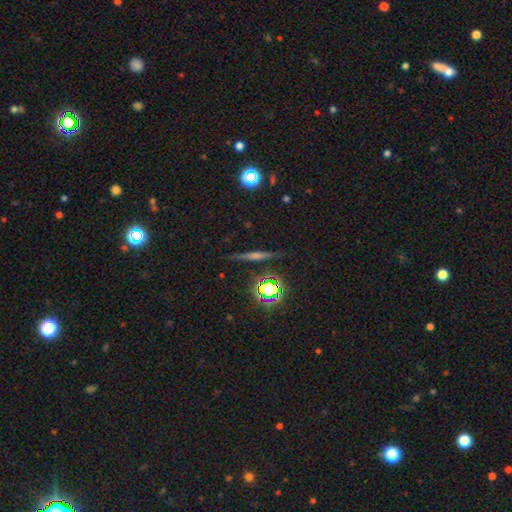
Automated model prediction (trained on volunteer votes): A featured or disk galaxy (54%) viewed edge-on (96%) with a rounded central bulge (61%).

Vote fractions:
- Smooth or featured? featured or disk: 54% / smooth: 26% / star or artifact: 20%
- Edge-on disk? yes: 96% / no: 4%
- Edge-on bulge? rounded: 61% / none: 28% / boxy: 11%
- Merging? none: 89% / minor disturbance: 8% / major disturbance: 2% / merger: 2%